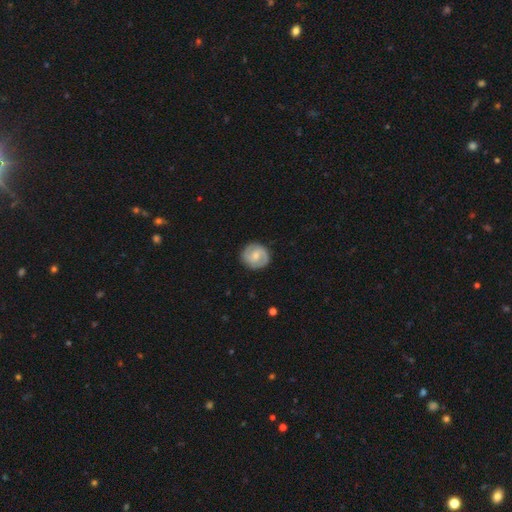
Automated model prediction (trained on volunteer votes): This is likely a featured or disk galaxy (67%). It is clearly not viewed edge-on (98%). Bar: possibly weak (52%). Spiral arm pattern: clearly yes (90%). Spiral arm count: clearly 2 (87%). Spiral winding: marginally medium (44%). Central bulge: possibly moderate (50%). Merging: clearly none (87%).